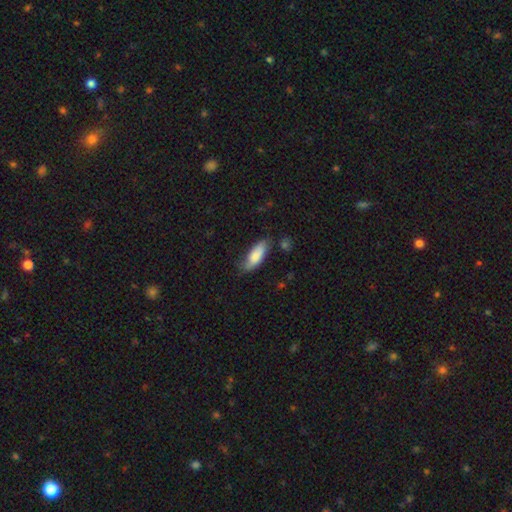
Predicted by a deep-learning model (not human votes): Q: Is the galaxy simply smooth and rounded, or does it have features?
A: smooth — 80%.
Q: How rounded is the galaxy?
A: in between — 76%.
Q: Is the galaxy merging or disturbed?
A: none — 58%.